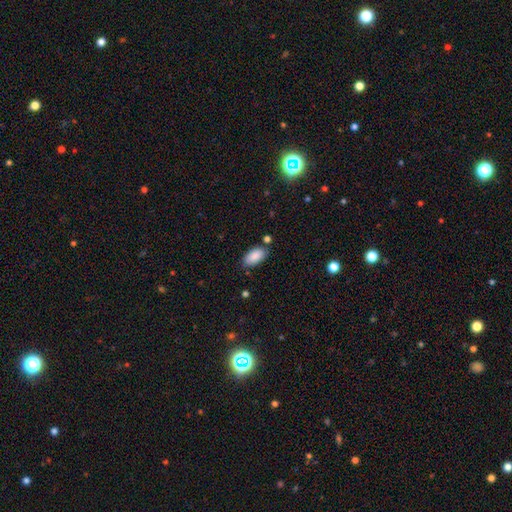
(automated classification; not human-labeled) Overall: smooth (89%). How rounded: in between (94%). Merging: none (79%).